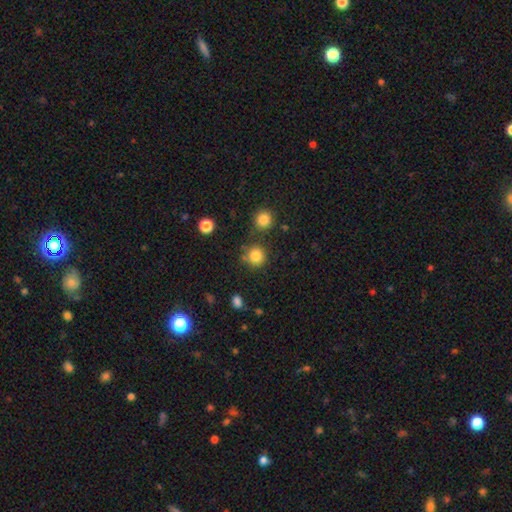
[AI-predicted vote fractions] smooth_or_featured: smooth (p=0.83) [alt: star or artifact p=0.12]
how_rounded: round (p=0.92) [alt: in between p=0.07]
merging: none (p=0.78) [alt: minor disturbance p=0.10]